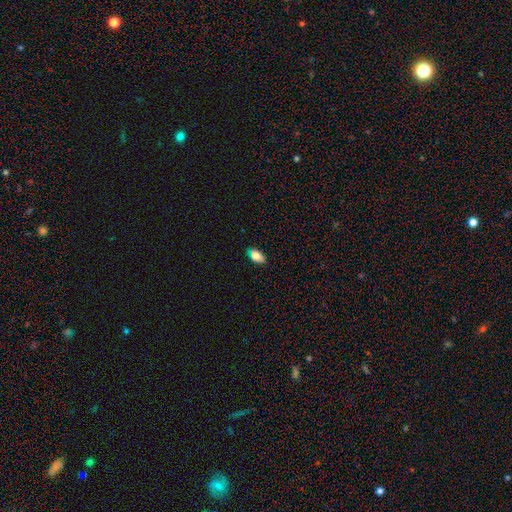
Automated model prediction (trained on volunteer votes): The model was most divided on "merging": none: 84%, minor disturbance: 13%, major disturbance: 2%, merger: 1%. More confident: how rounded — in between (90%); smooth or featured — smooth (82%).